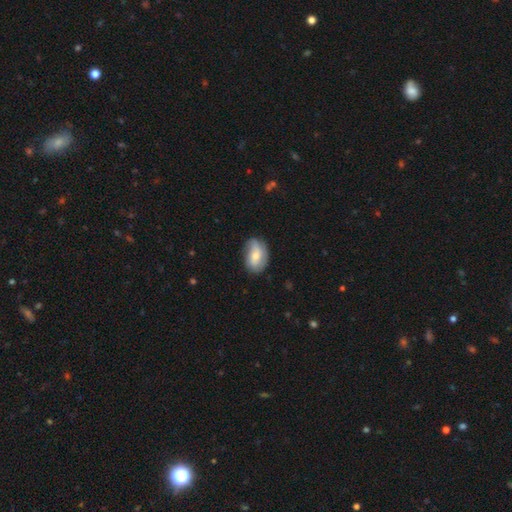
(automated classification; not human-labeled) This is possibly a smooth galaxy (58%). How rounded: clearly in between (86%). Merging: likely none (65%).